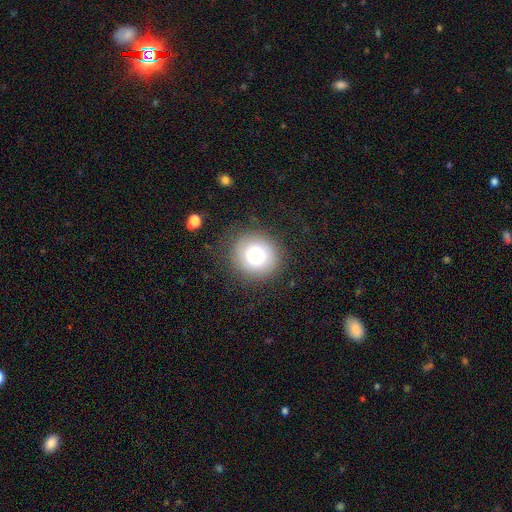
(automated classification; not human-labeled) Morphology: type=smooth (77%); roundness=round (91%); merging=none (85%).